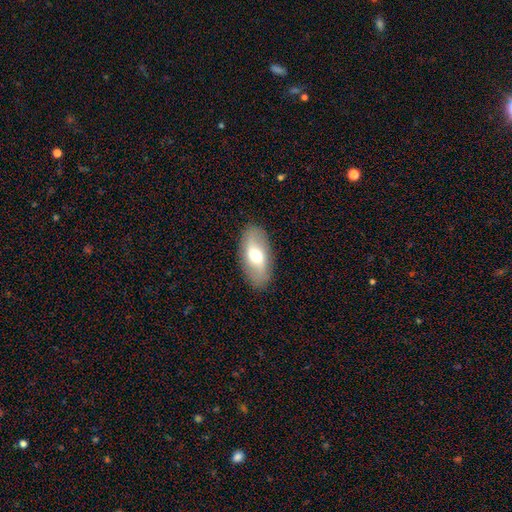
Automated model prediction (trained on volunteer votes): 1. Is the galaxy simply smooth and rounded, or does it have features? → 47% featured or disk, 46% smooth, 7% star or artifact.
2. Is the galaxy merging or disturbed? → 88% none, 9% minor disturbance, 3% major disturbance, 1% merger.